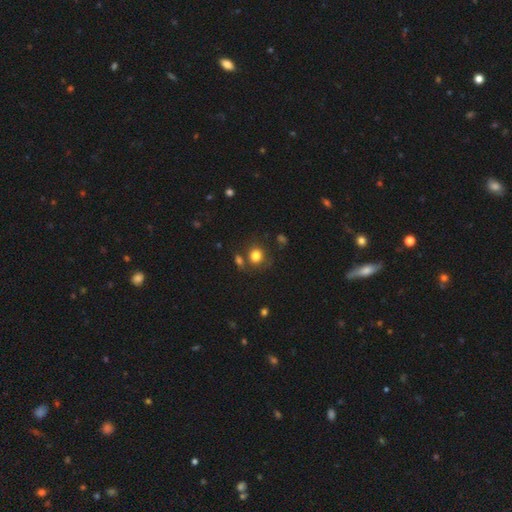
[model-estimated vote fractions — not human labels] A smooth galaxy with no disk features (81%) that is round (78%).

Vote fractions:
- Smooth or featured? smooth: 81% / star or artifact: 12% / featured or disk: 7%
- How rounded? round: 78% / in between: 21% / cigar-shaped: 1%
- Merging? none: 72% / merger: 12% / minor disturbance: 12% / major disturbance: 5%